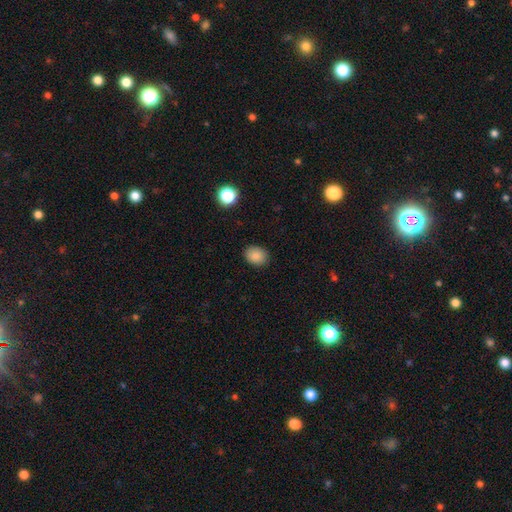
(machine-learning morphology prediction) Smooth or featured?
  - smooth: 87% *
  - star or artifact: 10%
  - featured or disk: 3%
How rounded?
  - in between: 50% *
  - round: 49%
  - cigar-shaped: 1%
Merging?
  - none: 88% *
  - minor disturbance: 9%
  - major disturbance: 2%
  - merger: 1%